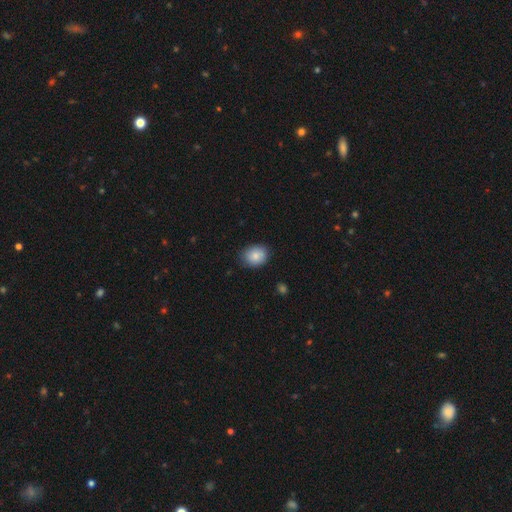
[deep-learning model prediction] A smooth galaxy with no disk features (85%) that is round (57%).

Vote fractions:
- Smooth or featured? smooth: 85% / star or artifact: 8% / featured or disk: 7%
- How rounded? round: 57% / in between: 42% / cigar-shaped: 1%
- Merging? none: 83% / minor disturbance: 13% / major disturbance: 3% / merger: 1%